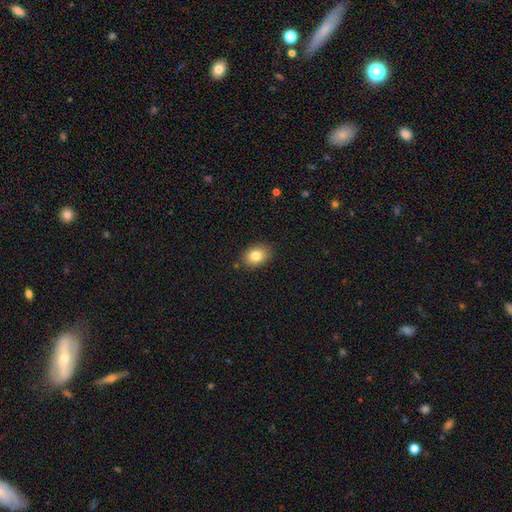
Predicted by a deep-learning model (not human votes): Smooth or featured: smooth — 82% (star or artifact — 9%)
How rounded: in between — 72% (round — 27%)
Merging: none — 86% (minor disturbance — 10%)